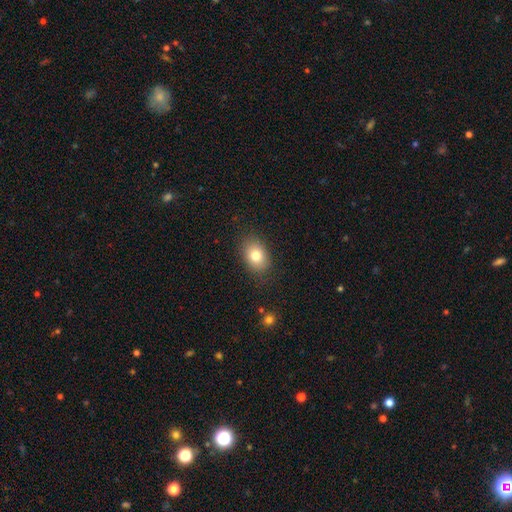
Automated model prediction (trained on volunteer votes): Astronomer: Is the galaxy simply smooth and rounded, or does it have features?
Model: smooth — 79%.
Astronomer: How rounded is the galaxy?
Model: in between — 74%.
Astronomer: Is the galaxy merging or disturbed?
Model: none — 85%.